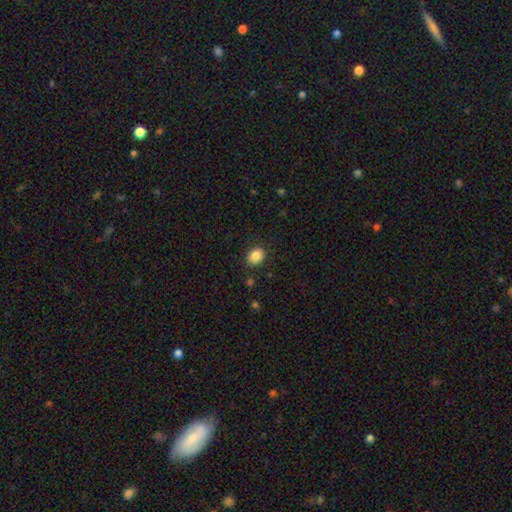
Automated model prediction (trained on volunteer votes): This appears to be a smooth galaxy with no disk features (86%) that is in between round and cigar-shaped (59%). Merging: none (86%).